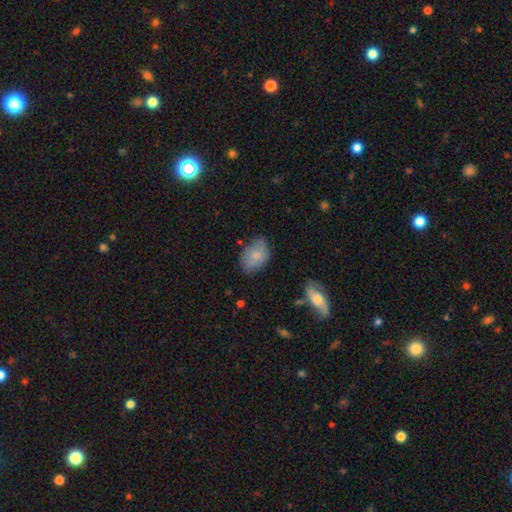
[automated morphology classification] Overall: smooth (71%). How rounded: in between (83%). Merging: none (64%; minor disturbance 26%).